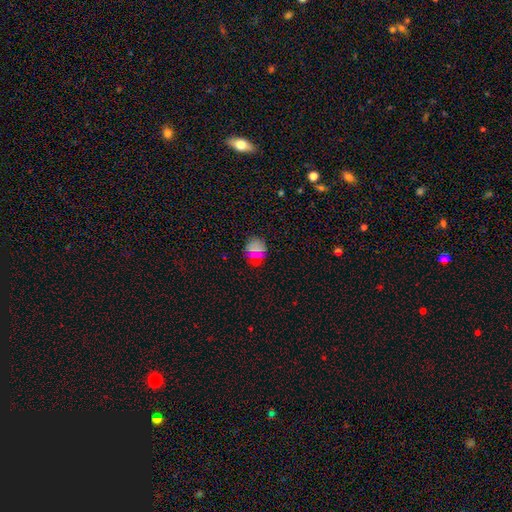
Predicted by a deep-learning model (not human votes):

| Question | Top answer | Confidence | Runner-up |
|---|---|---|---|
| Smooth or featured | smooth | 70% | star or artifact (23%) |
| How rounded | round | 84% | in between (14%) |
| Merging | none | 85% | minor disturbance (10%) |